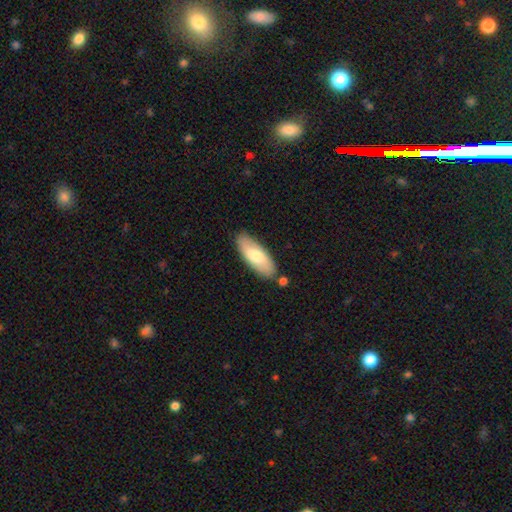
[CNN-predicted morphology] smooth-or-featured: smooth: 70% | featured or disk: 24% | star or artifact: 5%
  how-rounded: in between: 76% | cigar-shaped: 23% | round: 2%
  merging: none: 81% | minor disturbance: 12% | merger: 4% | major disturbance: 2%